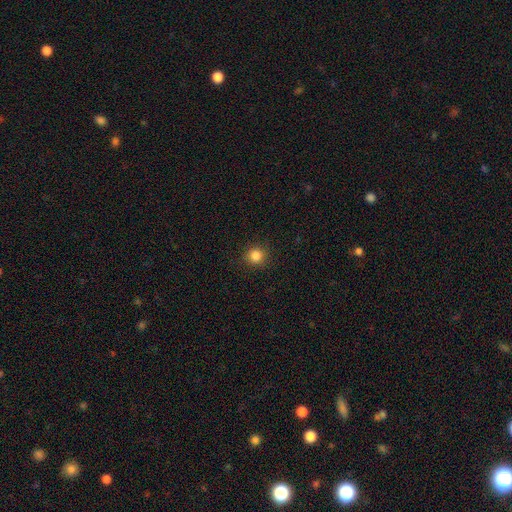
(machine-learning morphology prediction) Q: Smooth or featured?
A: smooth (85%); runner-up: star or artifact (12%)
Q: How rounded?
A: round (93%); runner-up: in between (6%)
Q: Merging?
A: none (91%); runner-up: minor disturbance (6%)